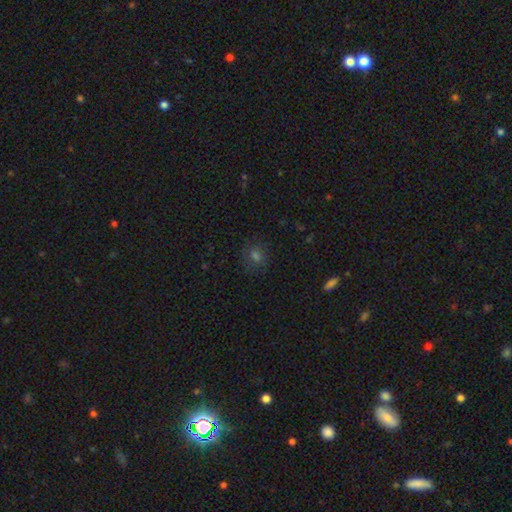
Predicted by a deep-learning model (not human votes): smooth_or_featured: smooth (p=0.66) [alt: star or artifact p=0.25]
how_rounded: round (p=0.76) [alt: in between p=0.23]
merging: none (p=0.83) [alt: minor disturbance p=0.12]